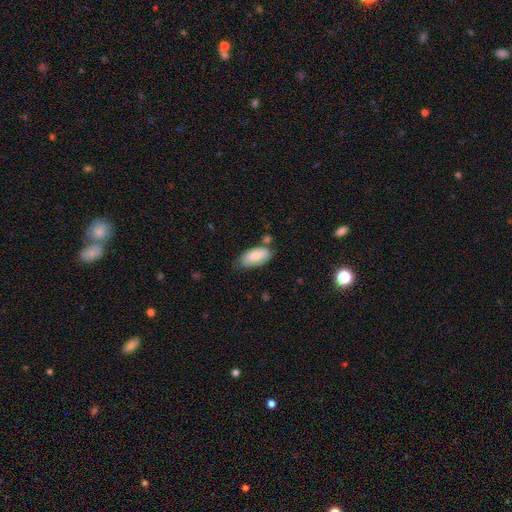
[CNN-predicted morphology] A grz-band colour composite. It shows a smooth galaxy with no disk features (80%) that is in between round and cigar-shaped (91%). Merging: none (59%).